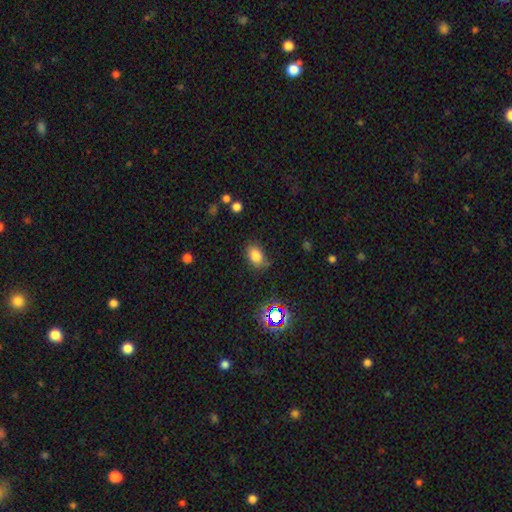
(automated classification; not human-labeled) smooth_or_featured: smooth (p=0.79) [alt: star or artifact p=0.13]
how_rounded: in between (p=0.80) [alt: round p=0.19]
merging: none (p=0.69) [alt: minor disturbance p=0.22]